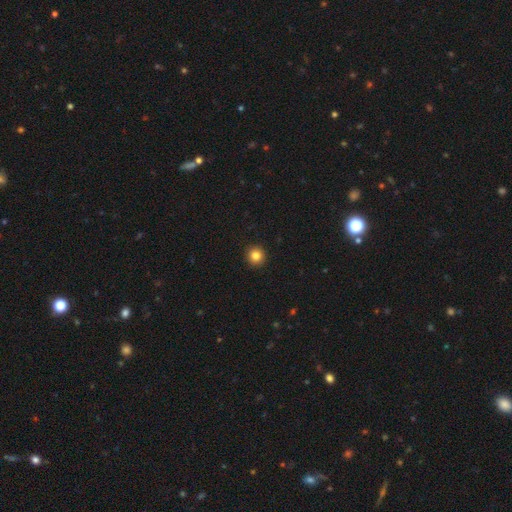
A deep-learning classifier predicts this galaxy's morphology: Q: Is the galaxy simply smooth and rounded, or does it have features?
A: smooth — 84%.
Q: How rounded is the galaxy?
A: round — 94%.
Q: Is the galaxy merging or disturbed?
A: none — 93%.